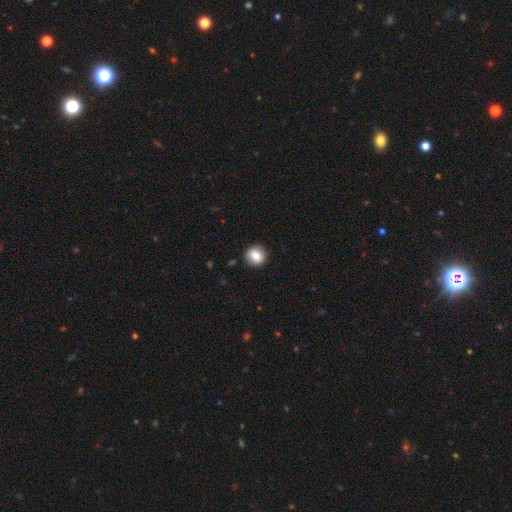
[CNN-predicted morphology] smooth 81%, featured or disk 11%, star or artifact 9%. Down the decision tree: how rounded — round (87%); merging — none (90%).